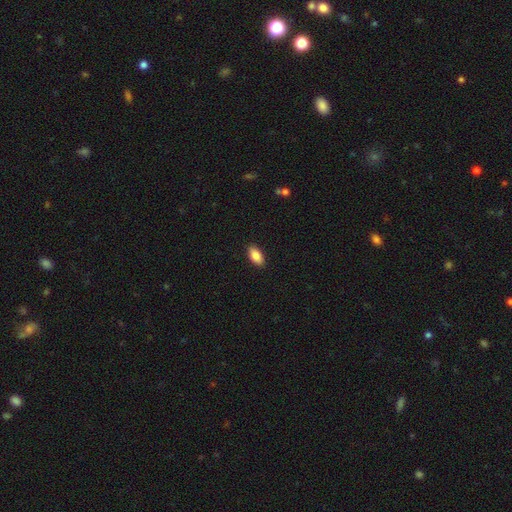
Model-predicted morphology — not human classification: A smooth galaxy with no disk features (86%) that is in between round and cigar-shaped (92%). Merging: none (90%).